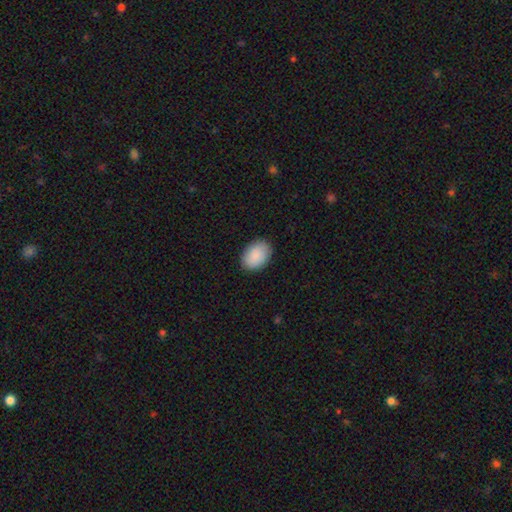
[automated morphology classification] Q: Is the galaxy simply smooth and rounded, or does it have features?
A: smooth — 90%.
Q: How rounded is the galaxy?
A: in between — 84%.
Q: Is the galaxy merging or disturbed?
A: none — 89%.